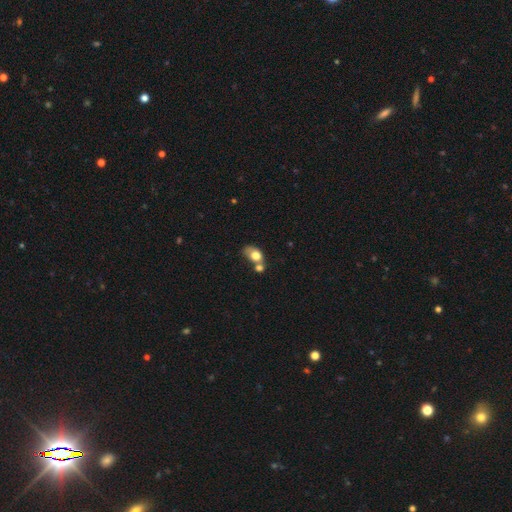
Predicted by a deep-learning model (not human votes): smooth_or_featured: smooth (p=0.73) [alt: featured or disk p=0.18]
how_rounded: in between (p=0.71) [alt: round p=0.27]
merging: merger (p=0.49) [alt: none p=0.26]